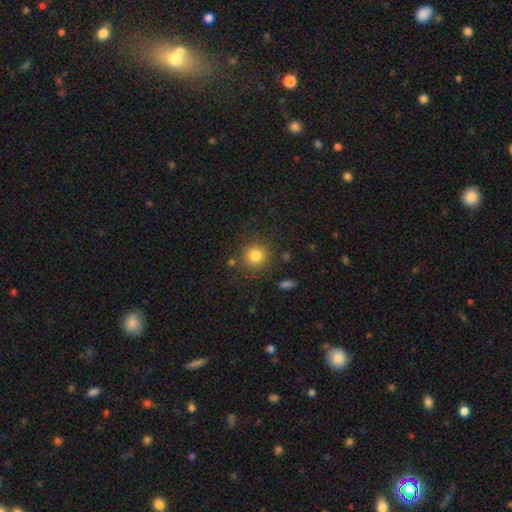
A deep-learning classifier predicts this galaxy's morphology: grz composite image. It shows a smooth galaxy with no disk features (82%) that is round (91%). Merging: none (84%).